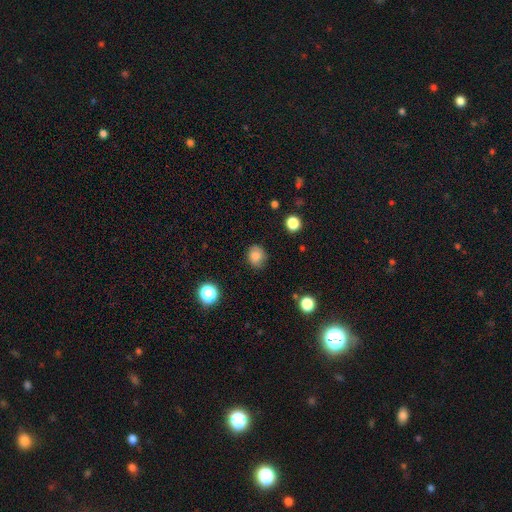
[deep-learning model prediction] This appears to be a smooth galaxy with no disk features (81%) that is round (65%). Merging: none (79%).